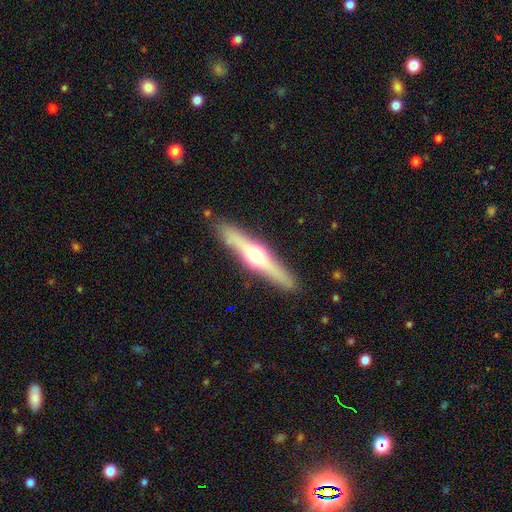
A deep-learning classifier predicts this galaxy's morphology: This appears to be a featured or disk galaxy (72%) viewed edge-on (96%) with a rounded central bulge (93%). Merging: none (90%).